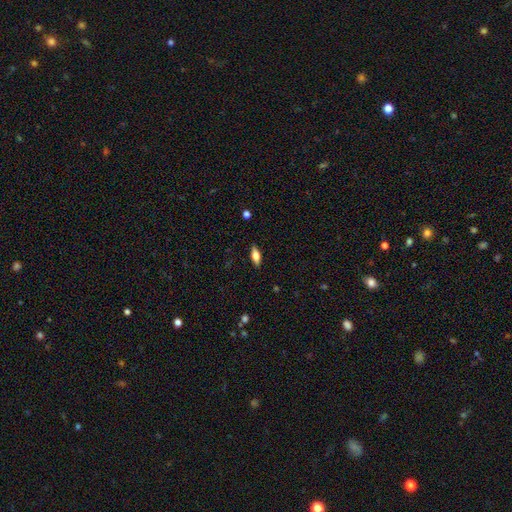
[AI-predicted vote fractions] This appears to be a smooth galaxy with no disk features (64%) that is in between round and cigar-shaped (73%). Merging: none (88%).